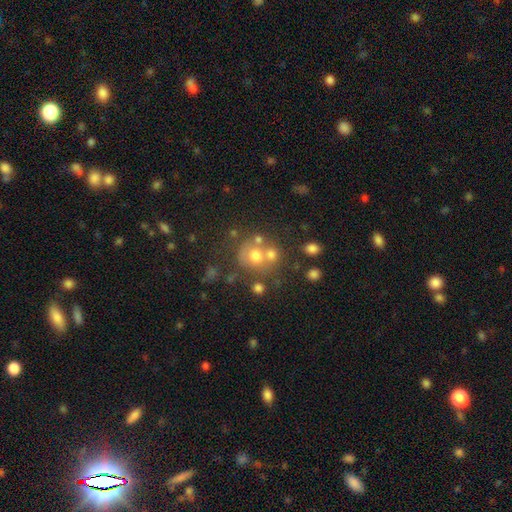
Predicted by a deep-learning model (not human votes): A smooth galaxy with no disk features (59%) that is round (81%).

Vote fractions:
- Smooth or featured? smooth: 59% / featured or disk: 23% / star or artifact: 18%
- How rounded? round: 81% / in between: 18% / cigar-shaped: 1%
- Merging? none: 50% / merger: 32% / minor disturbance: 12% / major disturbance: 7%